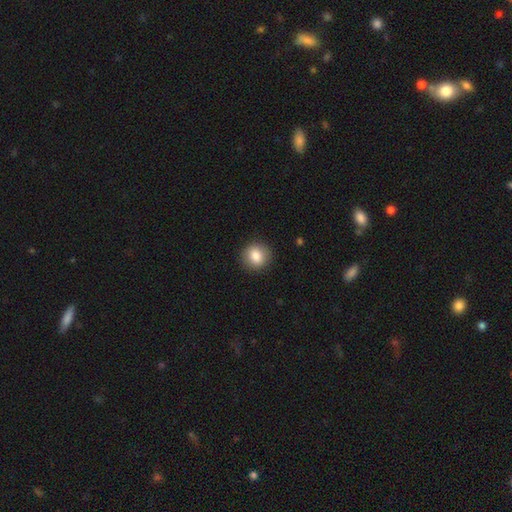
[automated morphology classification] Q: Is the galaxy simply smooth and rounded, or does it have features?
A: smooth — 83%.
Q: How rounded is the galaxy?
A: round — 88%.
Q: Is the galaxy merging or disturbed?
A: none — 90%.